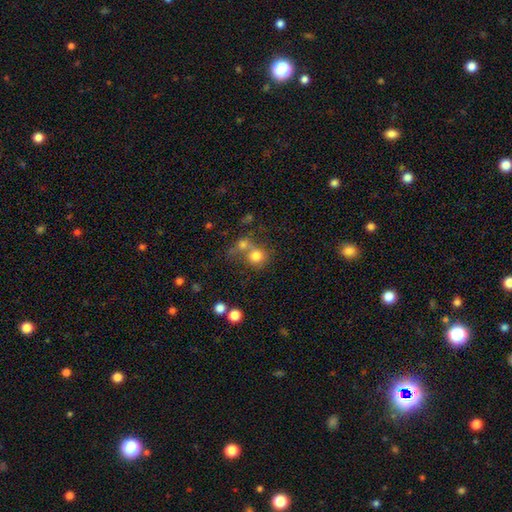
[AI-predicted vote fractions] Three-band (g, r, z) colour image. It shows a smooth galaxy with no disk features (76%) that is round (82%). Merging: merger (44%).